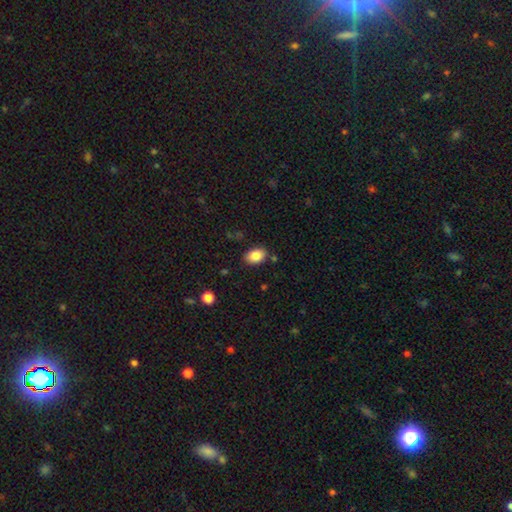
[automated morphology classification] This appears to be a smooth galaxy with no disk features (85%) that is in between round and cigar-shaped (84%). Merging: none (84%).